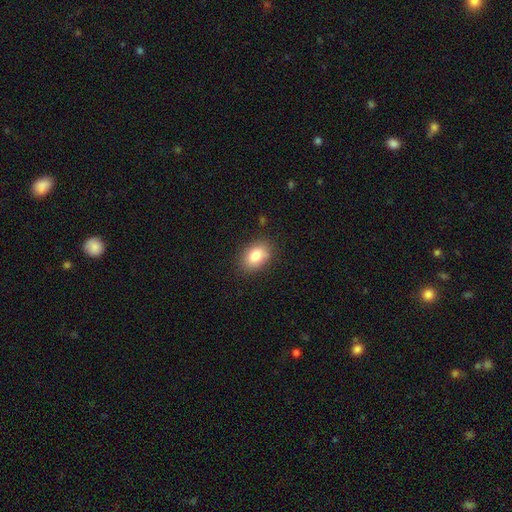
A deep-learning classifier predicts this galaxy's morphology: The model was most divided on "how rounded": in between: 81%, round: 17%, cigar-shaped: 1%. More confident: merging — none (84%); smooth or featured — smooth (82%).